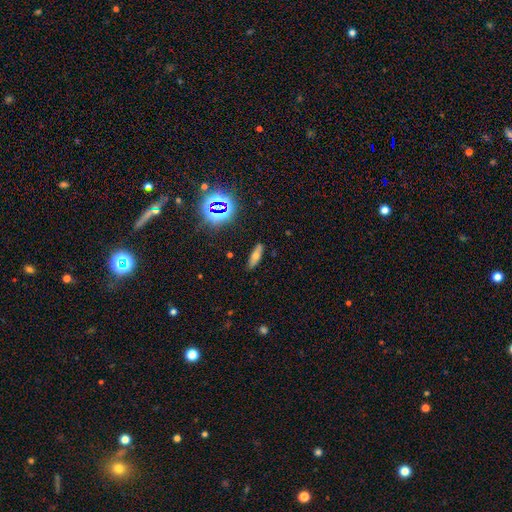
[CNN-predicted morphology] Smooth or featured? Predicted: smooth (p=0.52). How rounded? Predicted: cigar-shaped (p=0.51). Merging? Predicted: none (p=0.86).